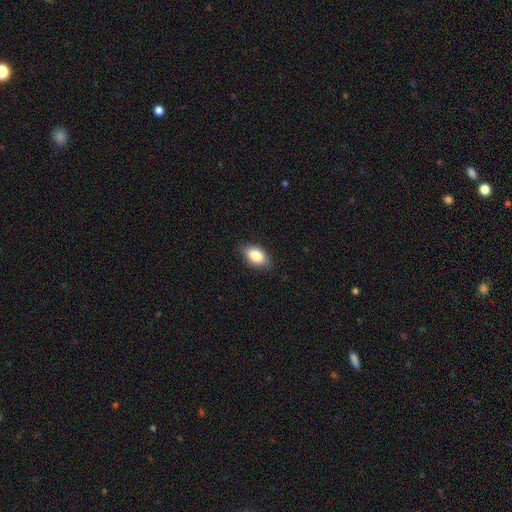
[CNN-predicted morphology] This is clearly a smooth galaxy (85%). How rounded: clearly in between (91%). Merging: clearly none (85%).